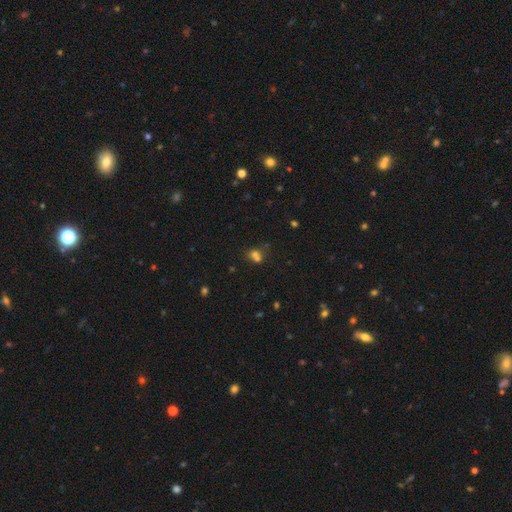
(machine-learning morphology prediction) smooth 62%, star or artifact 25%, featured or disk 13%. Down the decision tree: how rounded — round (65%); merging — merger (47%).